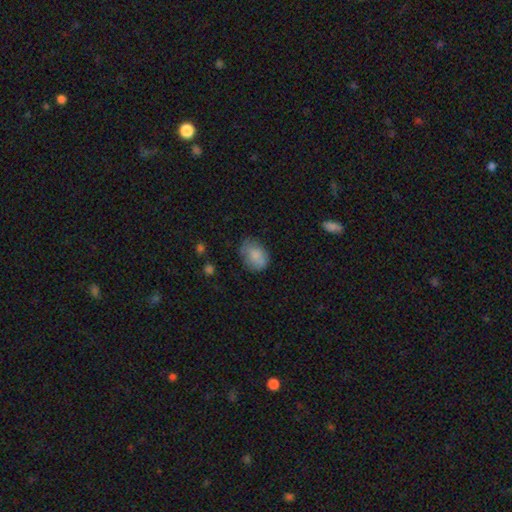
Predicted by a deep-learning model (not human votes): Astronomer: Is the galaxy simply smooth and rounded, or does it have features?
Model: smooth — 80%.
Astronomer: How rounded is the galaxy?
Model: in between — 72%.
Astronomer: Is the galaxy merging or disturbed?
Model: none — 64%.